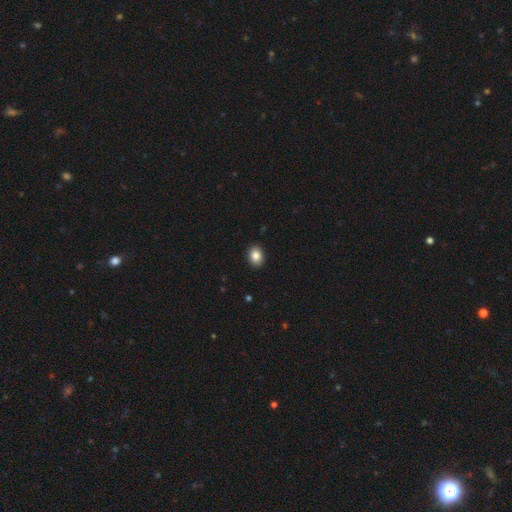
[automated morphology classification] Smooth or featured? Predicted: smooth (p=0.86). How rounded? Predicted: in between (p=0.68). Merging? Predicted: none (p=0.91).